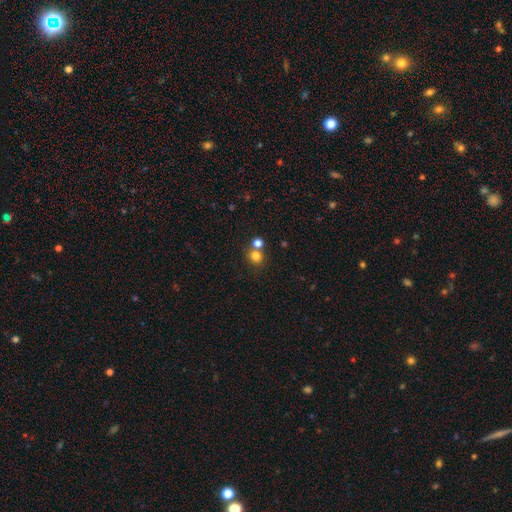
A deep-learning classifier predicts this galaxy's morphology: Smooth or featured: smooth — 79% (star or artifact — 14%)
How rounded: round — 85% (in between — 14%)
Merging: none — 60% (merger — 30%)